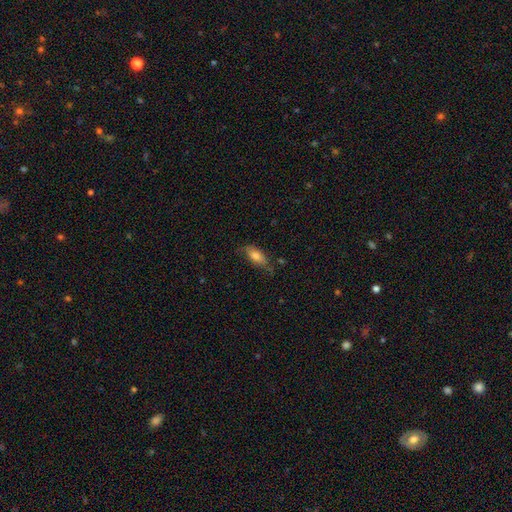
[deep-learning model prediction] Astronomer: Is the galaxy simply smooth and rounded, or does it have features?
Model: smooth — 74%.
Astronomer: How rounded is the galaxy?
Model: in between — 80%.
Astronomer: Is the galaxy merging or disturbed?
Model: none — 64%.